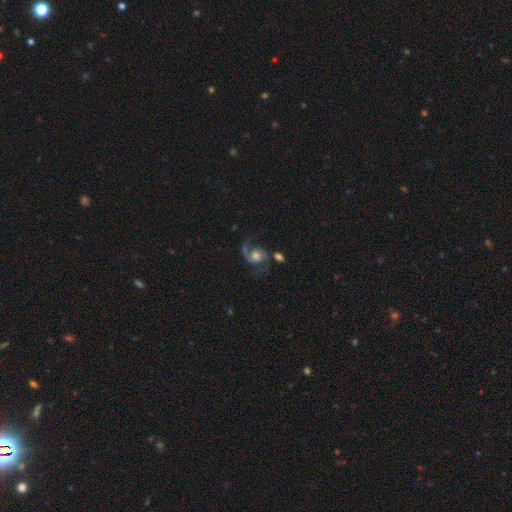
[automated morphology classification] type=featured or disk (84%); edge-on=no (98%); bar=no (70%); spiral arms=yes (96%); winding=loose (46%); arm count=2 (85%); bulge=moderate (54%); merging=none (62%).